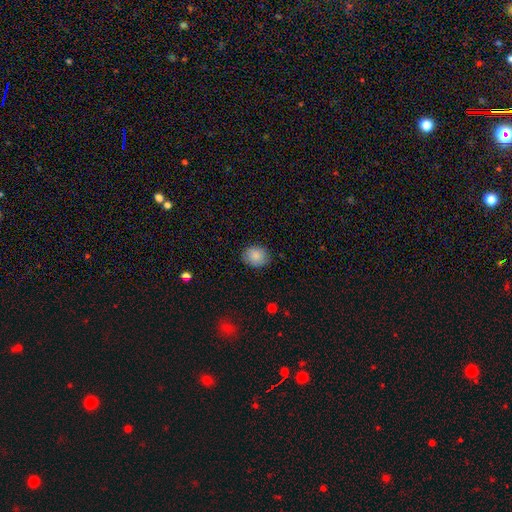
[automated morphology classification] A smooth galaxy with no disk features (85%) that is round (56%). Merging: none (84%).